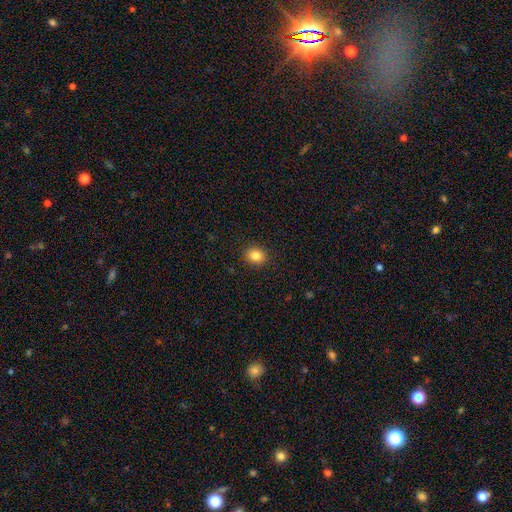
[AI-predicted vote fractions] smooth_or_featured: smooth (p=0.84) [alt: star or artifact p=0.10]
how_rounded: round (p=0.60) [alt: in between p=0.39]
merging: none (p=0.91) [alt: minor disturbance p=0.07]